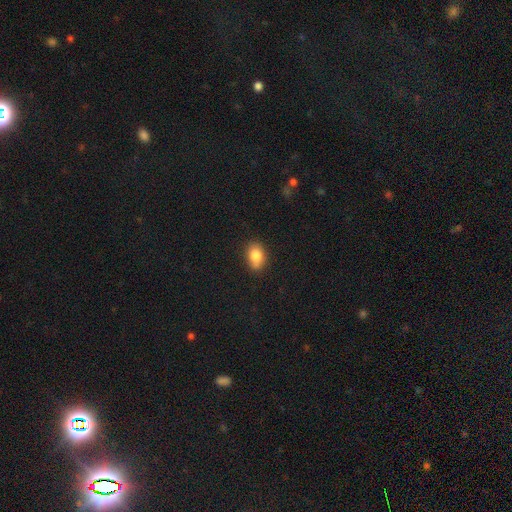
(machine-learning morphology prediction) This is clearly a smooth galaxy (82%). How rounded: likely in between (79%). Merging: likely none (73%).